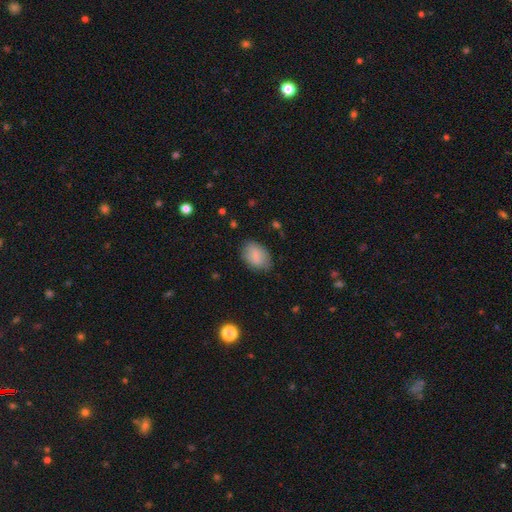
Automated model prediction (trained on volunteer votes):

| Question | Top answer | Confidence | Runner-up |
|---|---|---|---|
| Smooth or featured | smooth | 84% | featured or disk (9%) |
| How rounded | in between | 85% | round (13%) |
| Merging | none | 77% | minor disturbance (18%) |